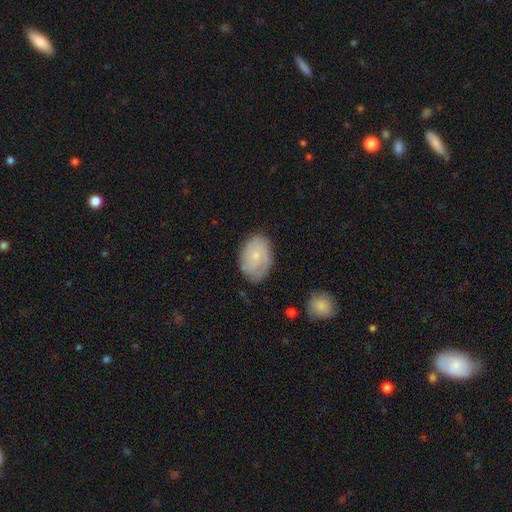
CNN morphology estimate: A smooth galaxy with no disk features (49%). Merging: none (74%).